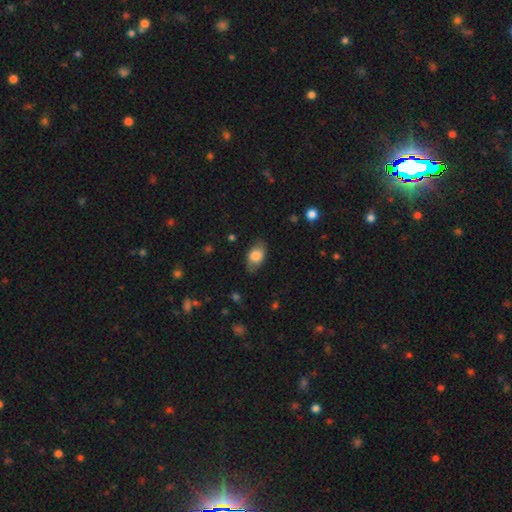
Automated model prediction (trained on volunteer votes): Q: Smooth or featured?
A: smooth (77%); runner-up: featured or disk (16%)
Q: How rounded?
A: in between (88%); runner-up: round (10%)
Q: Merging?
A: none (76%); runner-up: minor disturbance (18%)